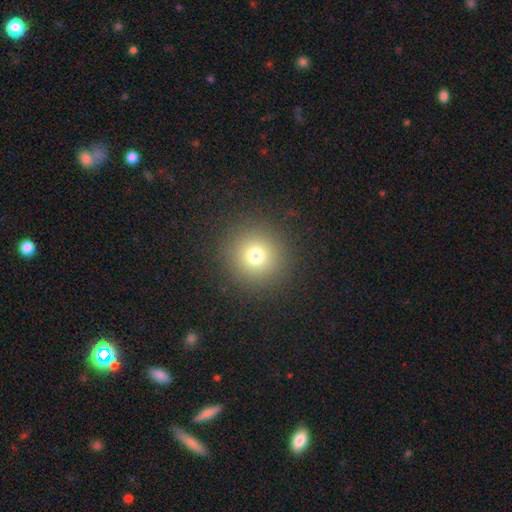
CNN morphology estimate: Smooth or featured? Predicted: smooth (p=0.73). How rounded? Predicted: round (p=0.95). Merging? Predicted: none (p=0.90).